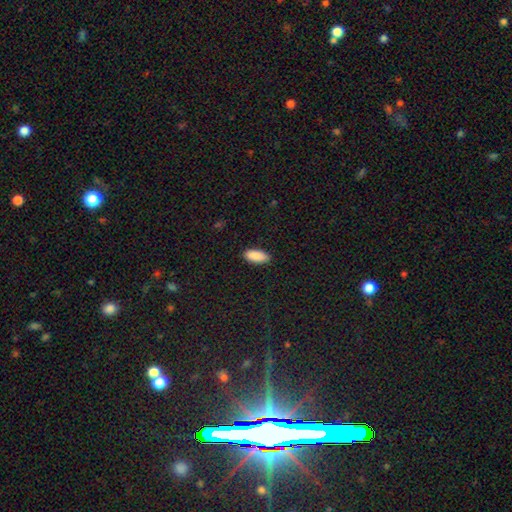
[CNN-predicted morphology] This is clearly a smooth galaxy (90%). How rounded: clearly in between (88%). Merging: clearly none (88%).